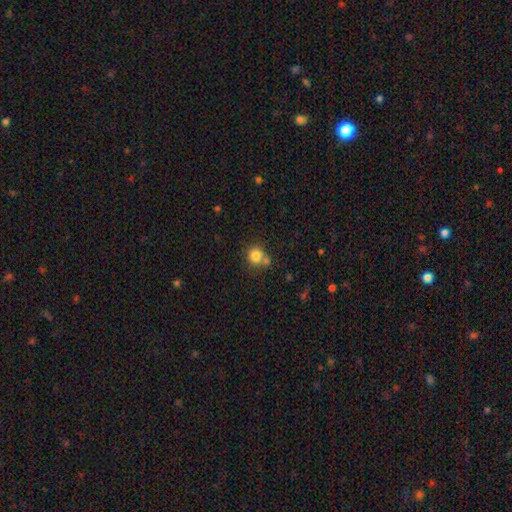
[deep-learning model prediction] Q: Smooth or featured?
A: smooth (82%); runner-up: star or artifact (11%)
Q: How rounded?
A: round (84%); runner-up: in between (15%)
Q: Merging?
A: none (54%); runner-up: merger (26%)